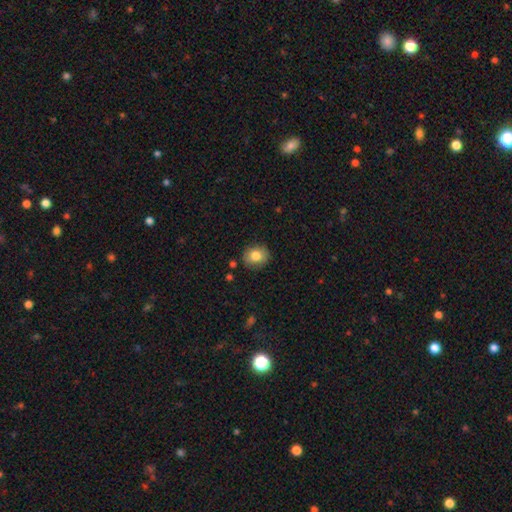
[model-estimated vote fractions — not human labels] Morphology: type=smooth (81%); roundness=round (67%); merging=none (84%).